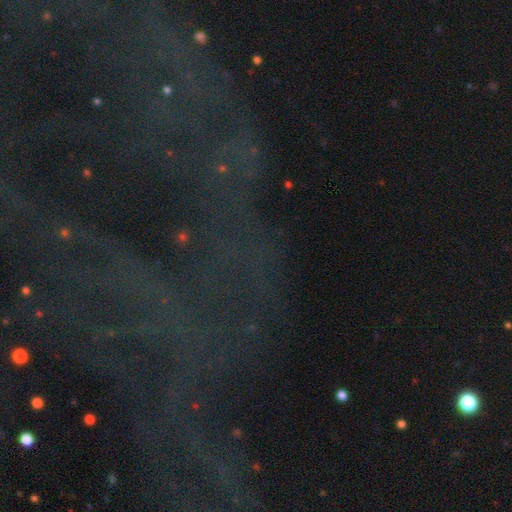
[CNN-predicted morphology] smooth_or_featured: star or artifact (p=0.75) [alt: featured or disk p=0.13]